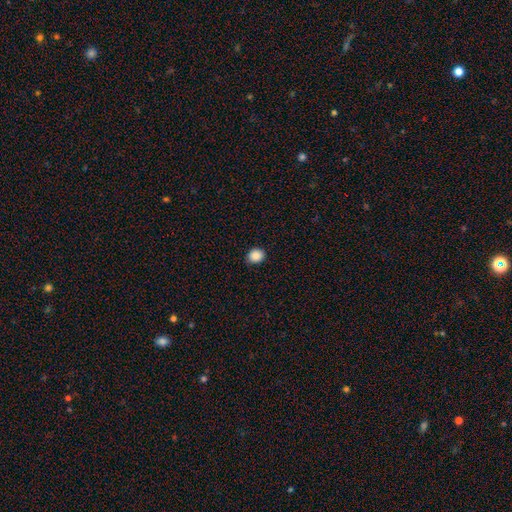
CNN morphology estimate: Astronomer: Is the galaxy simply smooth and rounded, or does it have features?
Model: smooth — 88%.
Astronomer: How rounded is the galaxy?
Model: round — 64%.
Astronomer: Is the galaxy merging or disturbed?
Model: none — 89%.